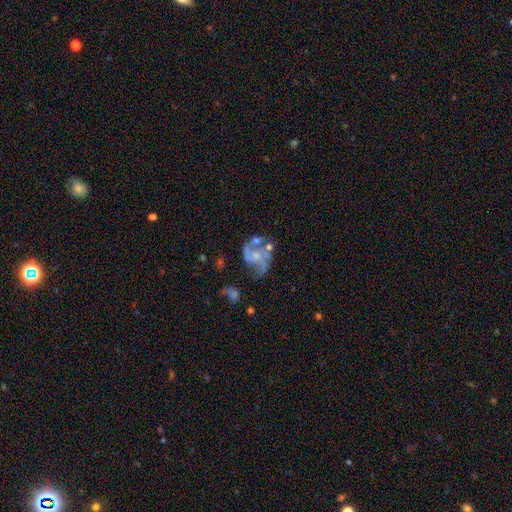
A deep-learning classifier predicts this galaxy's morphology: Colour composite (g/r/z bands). It shows a featured or disk galaxy (76%) with no bar (71%), 2 (51%) medium (45%) spiral arms (78%) and a moderate central bulge (39%, tied with small). Merging: none (39%).